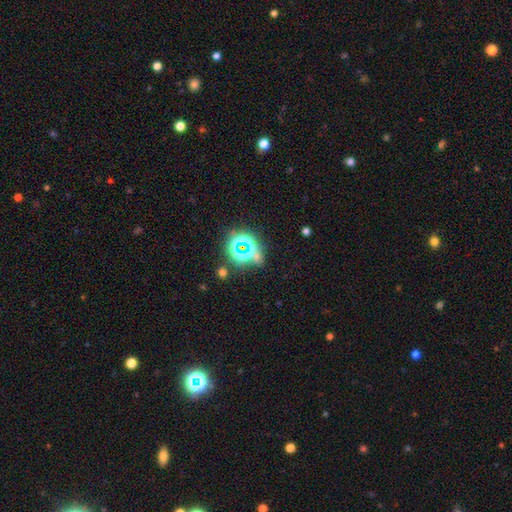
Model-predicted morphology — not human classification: The model was most divided on "smooth or featured": star or artifact: 64%, smooth: 26%, featured or disk: 10%.